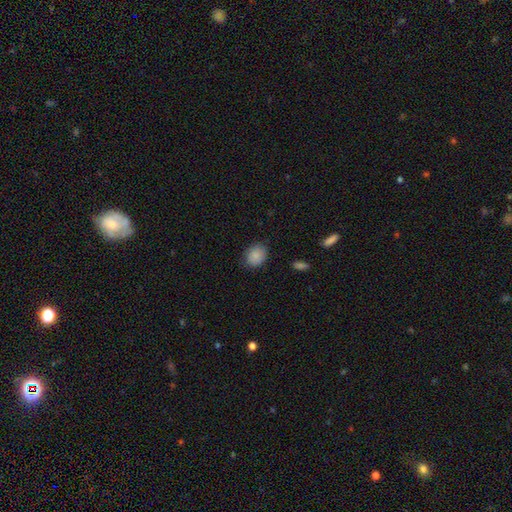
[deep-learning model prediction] This appears to be a smooth galaxy with no disk features (87%) that is in between round and cigar-shaped (52%). Merging: none (81%).